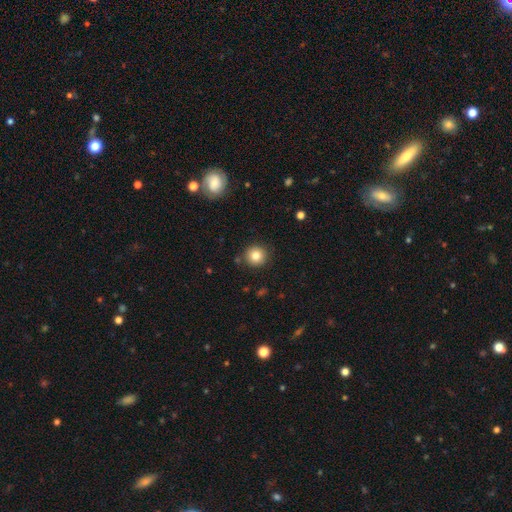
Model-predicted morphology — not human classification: type=smooth (83%); roundness=round (94%); merging=none (87%).